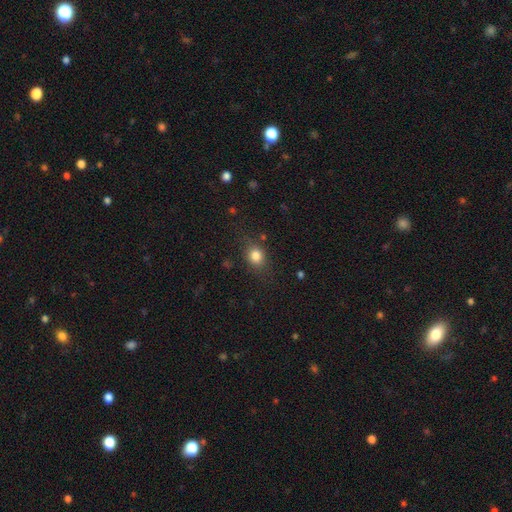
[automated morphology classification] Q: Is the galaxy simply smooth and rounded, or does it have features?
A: smooth — 81%.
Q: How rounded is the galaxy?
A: round — 58%.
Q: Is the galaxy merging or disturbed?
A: none — 75%.